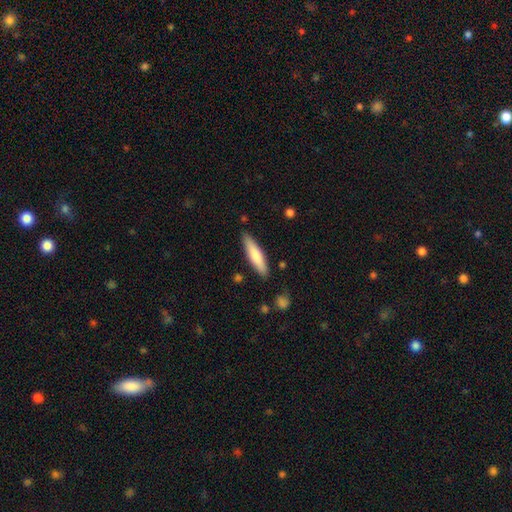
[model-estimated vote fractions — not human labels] Morphology: type=smooth (73%); roundness=cigar-shaped (78%); merging=none (86%).